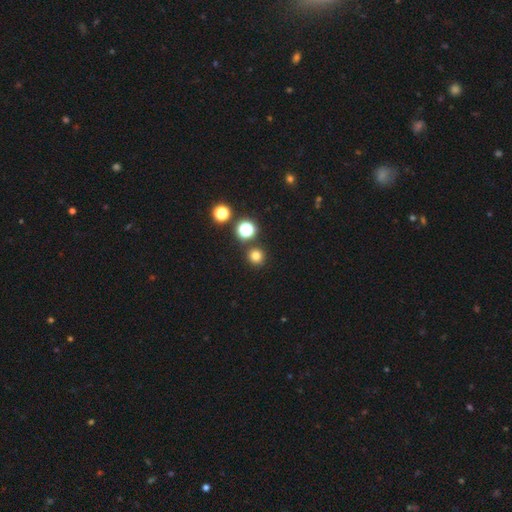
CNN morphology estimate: This is likely a smooth galaxy (77%). How rounded: clearly round (94%). Merging: clearly none (87%).